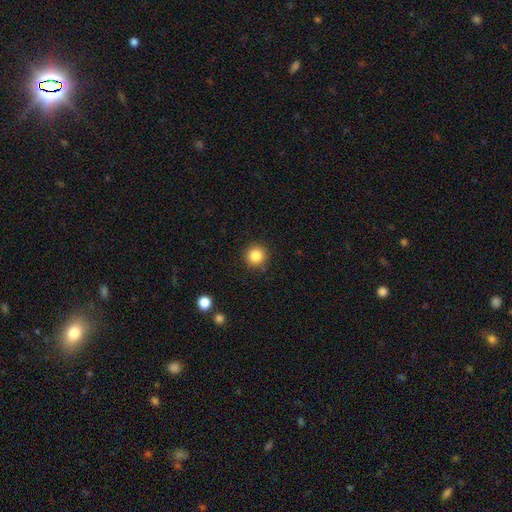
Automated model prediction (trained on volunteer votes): Smooth or featured: smooth — 85% (star or artifact — 10%)
How rounded: round — 94% (in between — 5%)
Merging: none — 90% (minor disturbance — 7%)